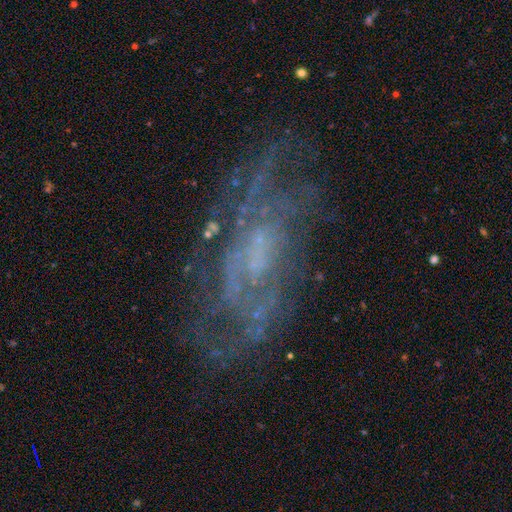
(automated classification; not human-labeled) Morphology: type=featured or disk (79%); edge-on=no (93%); bar=no (55%); spiral arms=yes (83%); winding=tight (43%); arm count=can't tell (50%); bulge=small (48%); merging=none (68%).